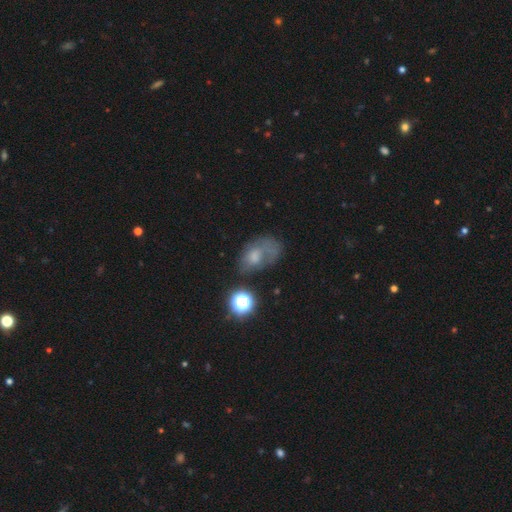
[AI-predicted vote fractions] This appears to be a smooth galaxy with no disk features (49%). Merging: none (37%).